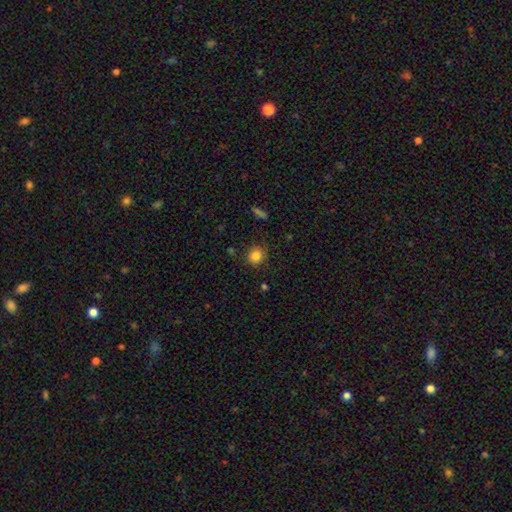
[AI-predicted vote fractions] Q: Smooth or featured?
A: smooth (84%); runner-up: star or artifact (11%)
Q: How rounded?
A: round (87%); runner-up: in between (12%)
Q: Merging?
A: none (85%); runner-up: minor disturbance (11%)